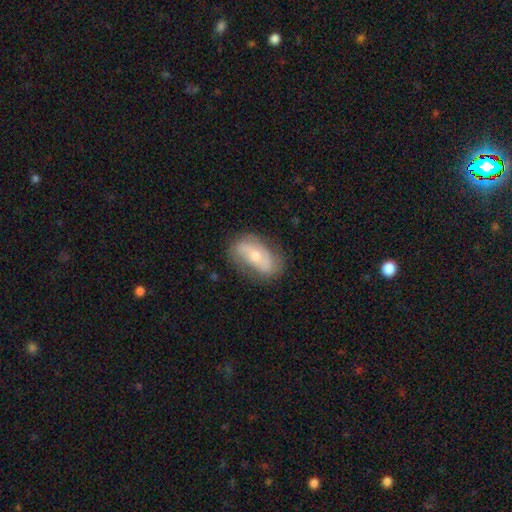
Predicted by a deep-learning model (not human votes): Smooth or featured? Predicted: featured or disk (p=0.54). Edge-on disk? Predicted: no (p=0.89). Merging? Predicted: none (p=0.72).